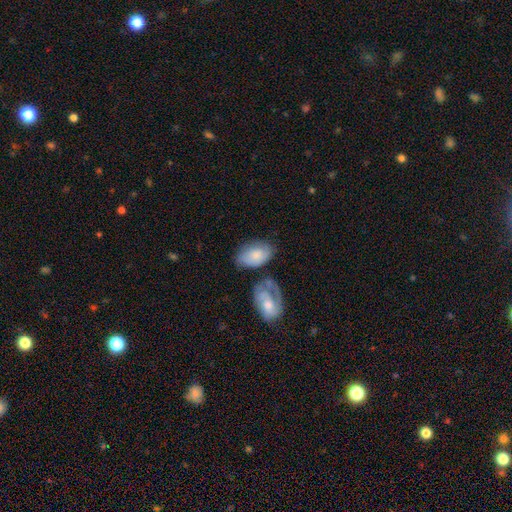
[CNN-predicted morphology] type=smooth (67%); roundness=in between (91%); merging=none (48%).